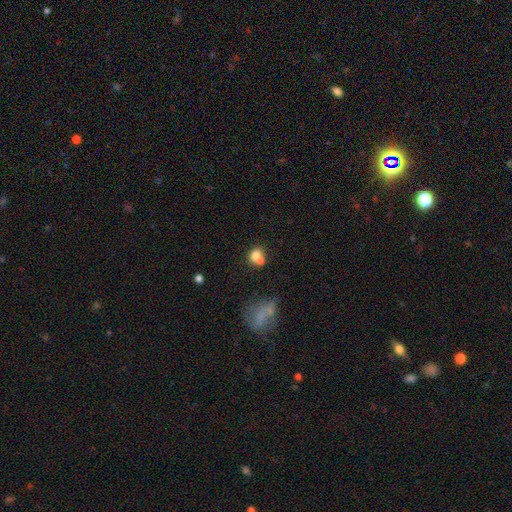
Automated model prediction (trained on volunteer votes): smooth_or_featured: smooth (p=0.71) [alt: featured or disk p=0.17]
how_rounded: round (p=0.68) [alt: in between p=0.31]
merging: merger (p=0.50) [alt: none p=0.37]